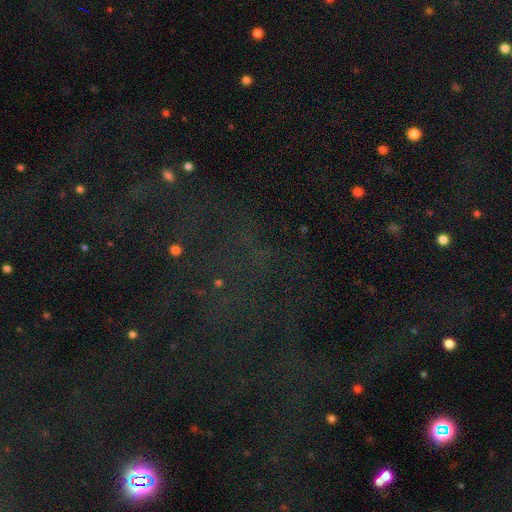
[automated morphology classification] The model was most divided on "smooth or featured": star or artifact: 71%, smooth: 15%, featured or disk: 14%.